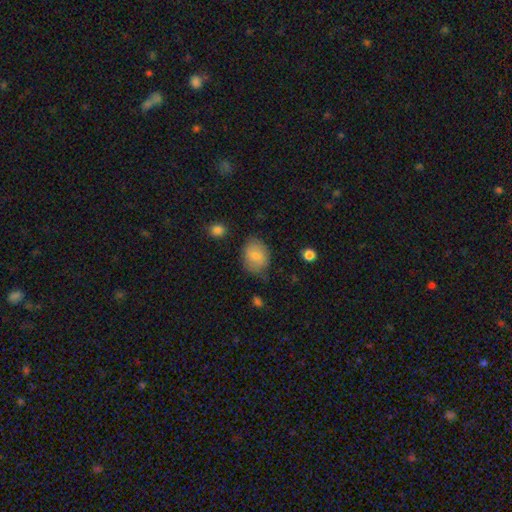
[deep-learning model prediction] smooth-or-featured: smooth: 78% | featured or disk: 14% | star or artifact: 8%
  how-rounded: in between: 58% | round: 41% | cigar-shaped: 1%
  merging: none: 72% | minor disturbance: 20% | major disturbance: 5% | merger: 2%